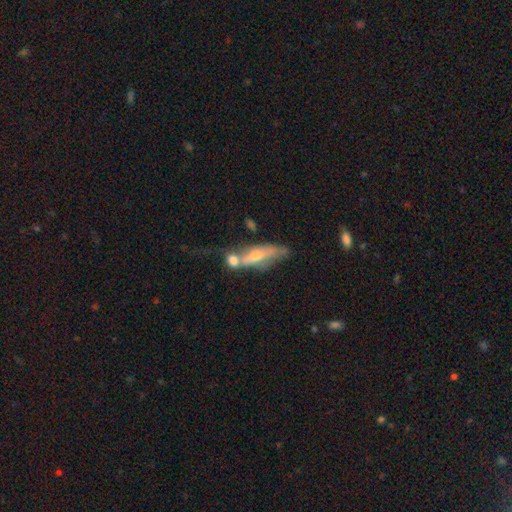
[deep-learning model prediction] Q: Smooth or featured?
A: featured or disk (53%); runner-up: smooth (39%)
Q: Edge-on disk?
A: no (50%); tied with: yes (50%)
Q: Merging?
A: merger (45%); runner-up: none (26%)